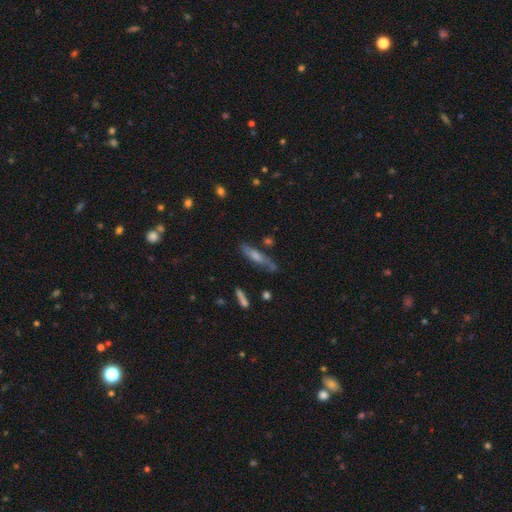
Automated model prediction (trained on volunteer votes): This is possibly a featured or disk galaxy (52%). It is likely viewed edge-on (71%). Merging: likely none (71%).